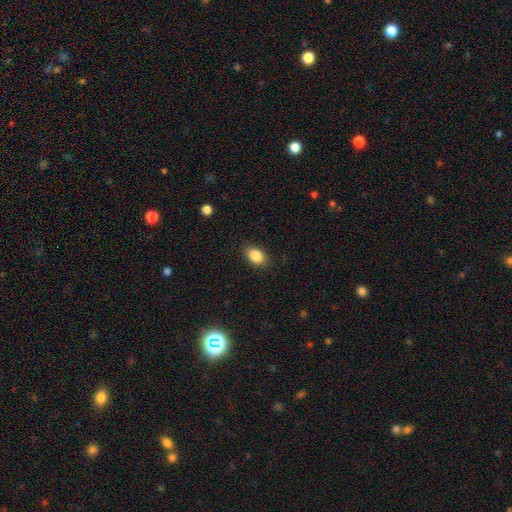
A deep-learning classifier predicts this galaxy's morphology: Overall: smooth (87%). How rounded: in between (84%). Merging: none (86%).